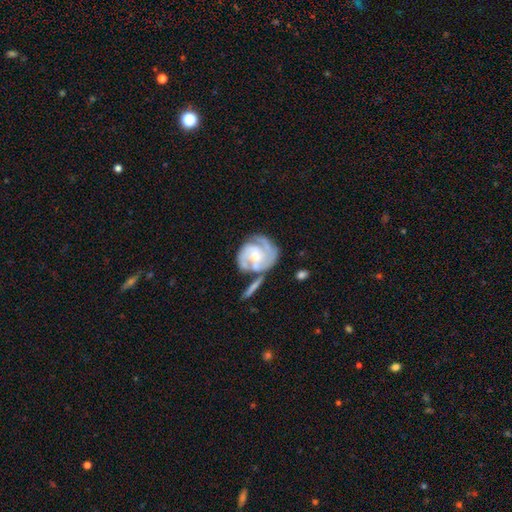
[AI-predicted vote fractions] featured or disk 79%, smooth 16%, star or artifact 5%. Down the decision tree: edge-on disk — no (98%); bar — no (56%); spiral arms — yes (91%); spiral arm count — 2 (49%); spiral winding — tight (49%); bulge size — small (42%); merging — none (47%).